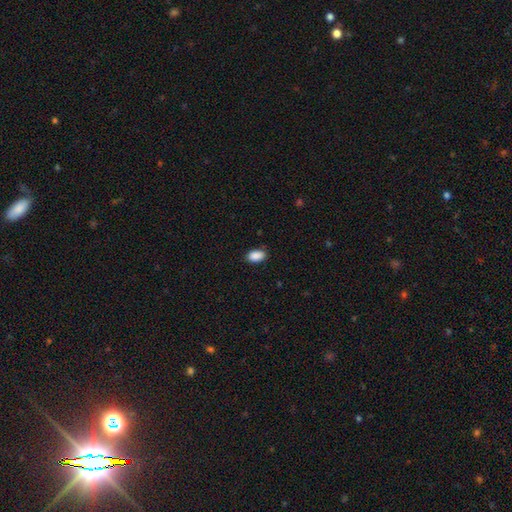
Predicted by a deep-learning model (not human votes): Overall: smooth (90%). How rounded: in between (92%). Merging: none (86%).